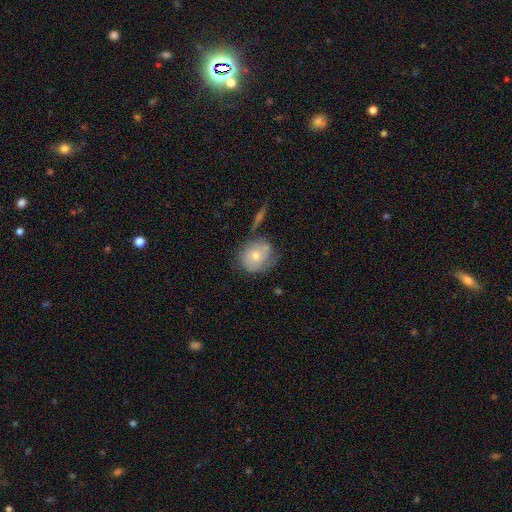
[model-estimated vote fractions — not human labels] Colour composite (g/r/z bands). It shows a smooth galaxy with no disk features (61%) that is round (73%). Merging: none (53%).